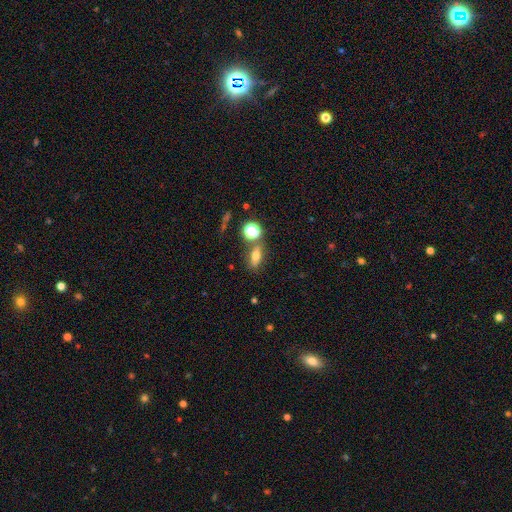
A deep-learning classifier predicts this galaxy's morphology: Q: Smooth or featured?
A: smooth (64%); runner-up: featured or disk (20%)
Q: How rounded?
A: in between (67%); runner-up: round (17%)
Q: Merging?
A: none (72%); runner-up: merger (12%)